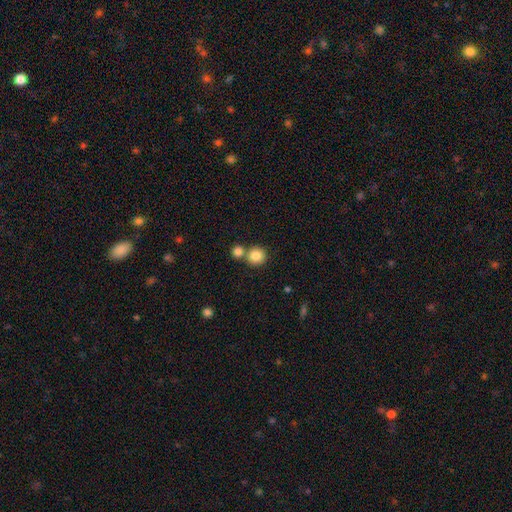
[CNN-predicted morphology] A smooth galaxy with no disk features (84%) that is round (91%). Merging: none (62%).